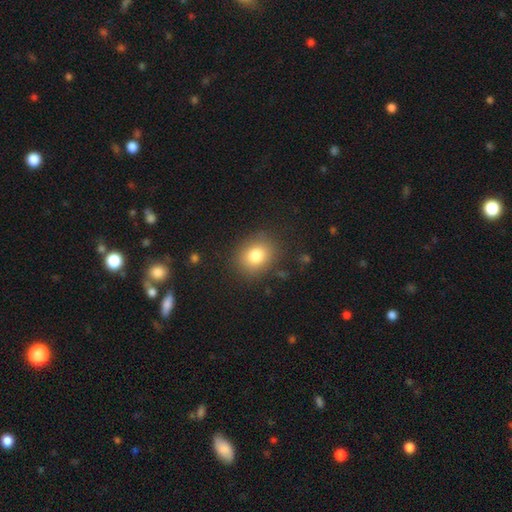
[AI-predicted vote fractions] This appears to be a smooth galaxy with no disk features (80%) that is round (60%). Merging: none (85%).